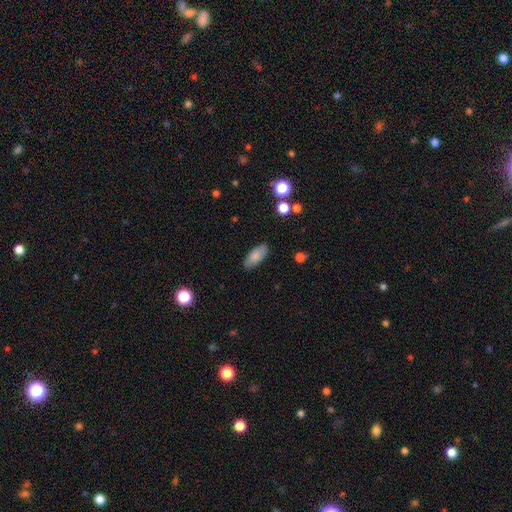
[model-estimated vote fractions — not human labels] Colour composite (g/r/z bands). It shows a smooth galaxy with no disk features (81%) that is in between round and cigar-shaped (85%). Merging: none (86%).